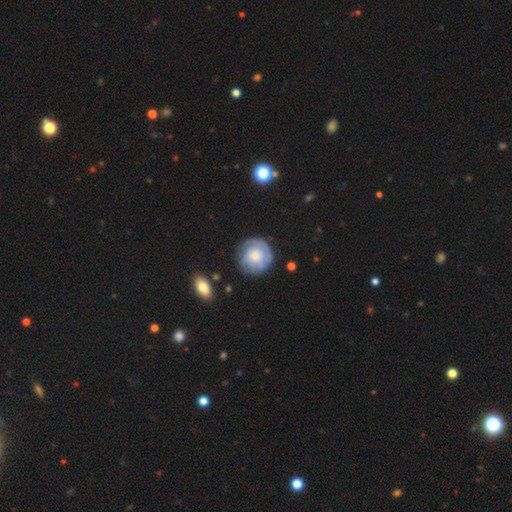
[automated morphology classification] smooth_or_featured: featured or disk (p=0.63) [alt: smooth p=0.31]
disk_edge_on: no (p=0.98) [alt: yes p=0.02]
bar: no (p=0.79) [alt: weak p=0.18]
has_spiral_arms: yes (p=0.87) [alt: no p=0.13]
spiral_winding: tight (p=0.71) [alt: medium p=0.22]
spiral_arm_count: can't tell (p=0.44) [alt: 2 p=0.20]
bulge_size: moderate (p=0.36) [alt: small p=0.31]
merging: none (p=0.78) [alt: minor disturbance p=0.15]